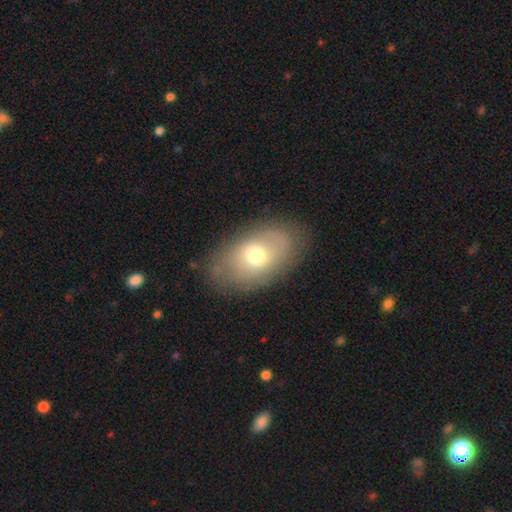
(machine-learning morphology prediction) The model was most divided on "smooth or featured": smooth: 60%, featured or disk: 31%, star or artifact: 10%. More confident: how rounded — in between (87%); merging — none (80%).